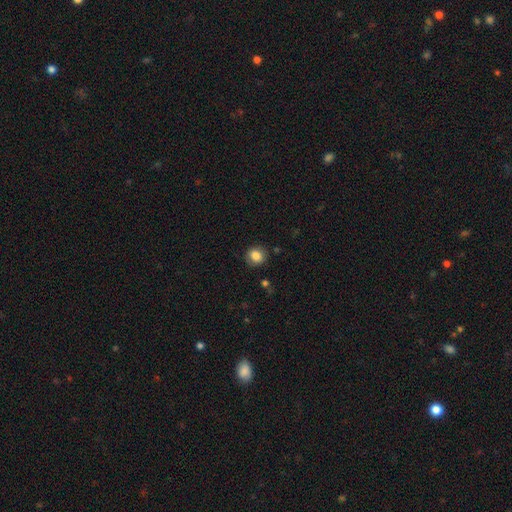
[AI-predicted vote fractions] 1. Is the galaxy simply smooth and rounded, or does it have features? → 83% smooth, 10% star or artifact, 7% featured or disk.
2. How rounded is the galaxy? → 76% round, 23% in between, 1% cigar-shaped.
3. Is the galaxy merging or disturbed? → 84% none, 11% minor disturbance, 3% major disturbance, 2% merger.